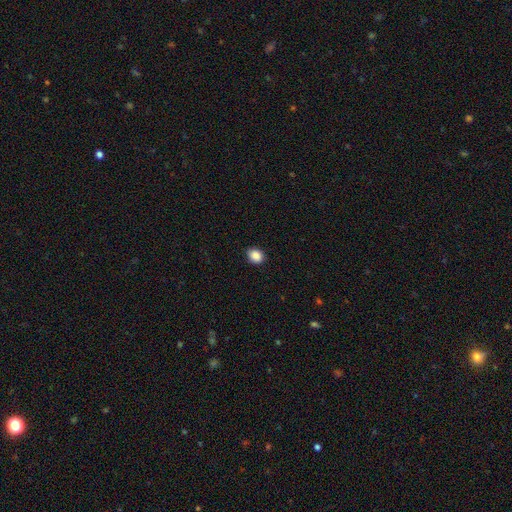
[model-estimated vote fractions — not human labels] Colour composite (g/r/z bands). It shows a smooth galaxy with no disk features (89%) that is in between round and cigar-shaped (53%). Merging: none (87%).